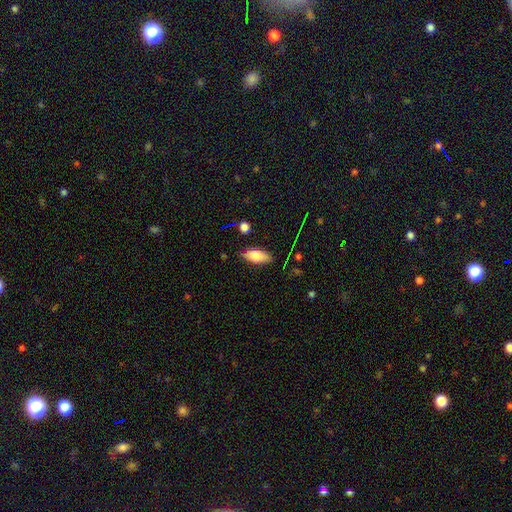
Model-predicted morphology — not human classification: Smooth or featured?
  - smooth: 73% *
  - featured or disk: 19%
  - star or artifact: 8%
How rounded?
  - in between: 82% *
  - cigar-shaped: 15%
  - round: 3%
Merging?
  - none: 80% *
  - minor disturbance: 16%
  - major disturbance: 3%
  - merger: 2%